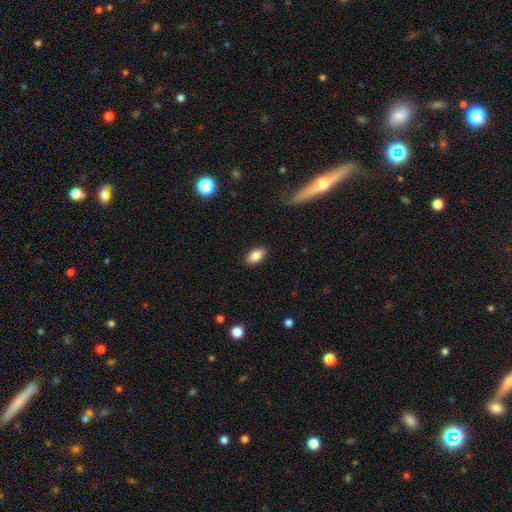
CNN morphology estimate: Smooth or featured? smooth (85%)
How rounded? in between (91%)
Merging? none (88%)